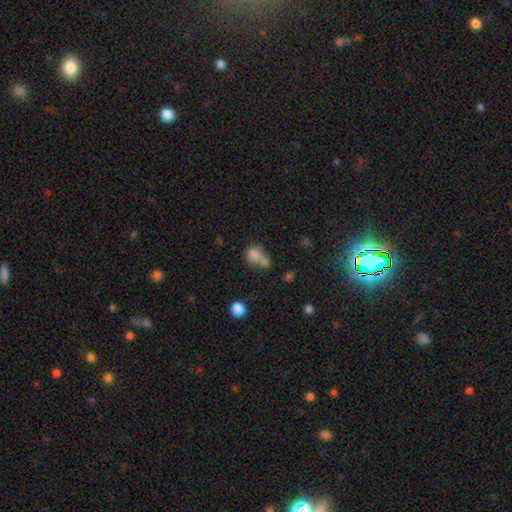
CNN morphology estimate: Smooth or featured: smooth — 78% (star or artifact — 12%)
How rounded: round — 66% (in between — 33%)
Merging: merger — 53% (none — 31%)